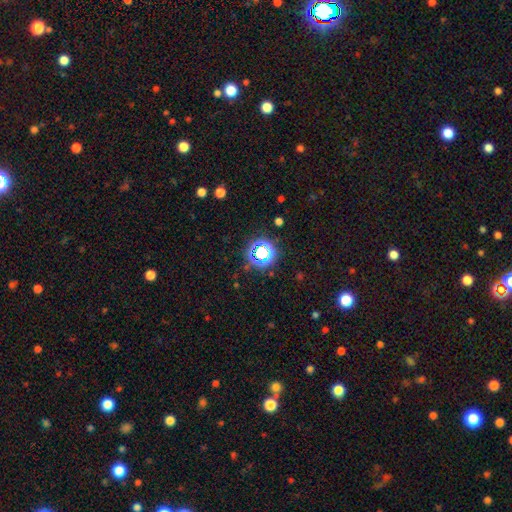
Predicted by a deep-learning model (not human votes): A star or artifact, not a galaxy (70%).